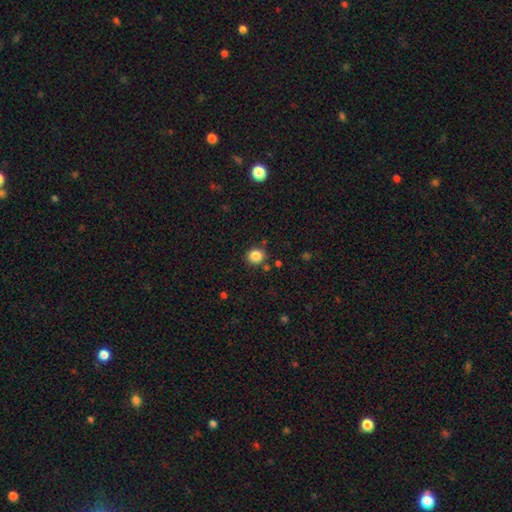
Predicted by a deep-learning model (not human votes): Smooth or featured? Predicted: smooth (p=0.85). How rounded? Predicted: round (p=0.83). Merging? Predicted: none (p=0.82).